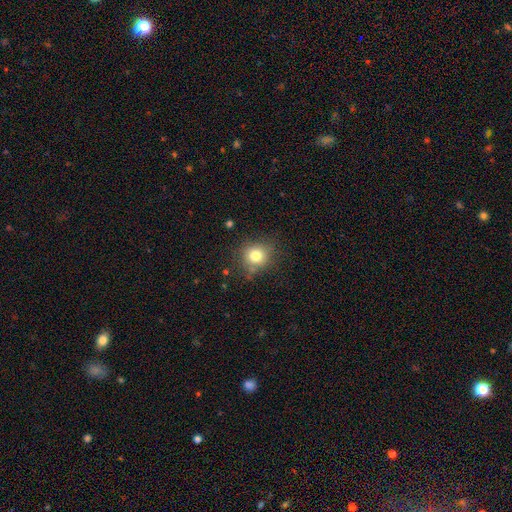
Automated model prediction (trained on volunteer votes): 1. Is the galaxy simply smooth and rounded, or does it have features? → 78% smooth, 13% star or artifact, 9% featured or disk.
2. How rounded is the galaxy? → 86% round, 13% in between, 1% cigar-shaped.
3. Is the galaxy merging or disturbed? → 79% none, 14% minor disturbance, 4% major disturbance, 3% merger.